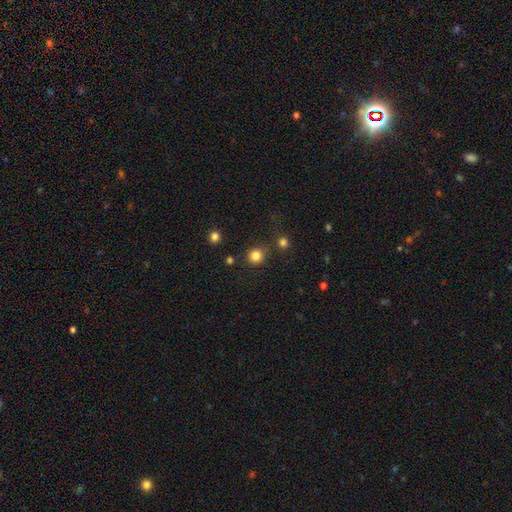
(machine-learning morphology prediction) Smooth or featured? Predicted: smooth (p=0.83). How rounded? Predicted: round (p=0.90). Merging? Predicted: none (p=0.83).